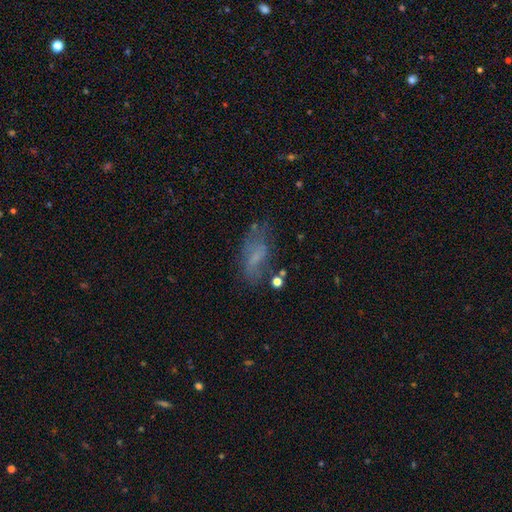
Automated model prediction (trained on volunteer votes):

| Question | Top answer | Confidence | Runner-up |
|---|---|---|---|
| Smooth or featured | smooth | 51% | featured or disk (37%) |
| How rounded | in between | 80% | cigar-shaped (15%) |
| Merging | none | 50% | minor disturbance (25%) |